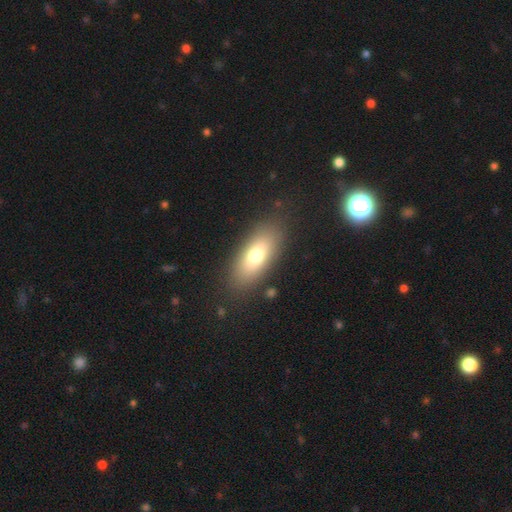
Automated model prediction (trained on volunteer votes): The model was most divided on "smooth or featured": smooth: 73%, featured or disk: 18%, star or artifact: 8%. More confident: merging — none (84%); how rounded — in between (82%).